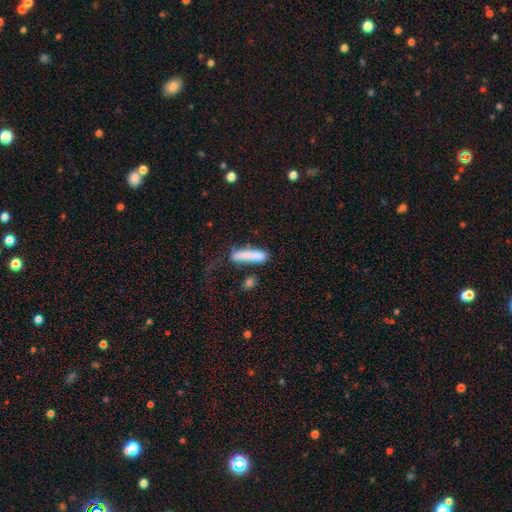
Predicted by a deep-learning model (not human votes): smooth_or_featured: smooth (p=0.78) [alt: featured or disk p=0.15]
how_rounded: cigar-shaped (p=0.85) [alt: in between p=0.13]
merging: none (p=0.55) [alt: minor disturbance p=0.22]